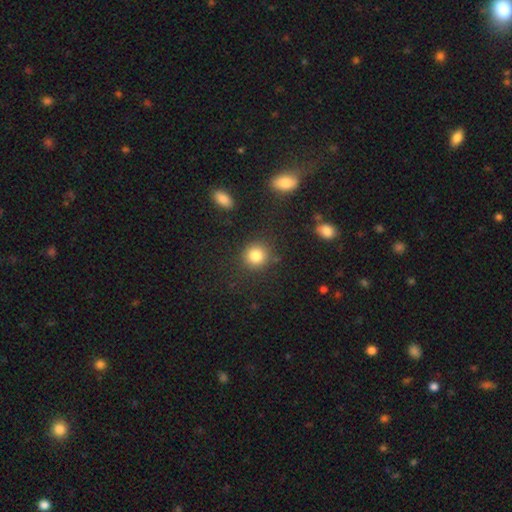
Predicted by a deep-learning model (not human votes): Smooth or featured: smooth — 84% (star or artifact — 10%)
How rounded: round — 88% (in between — 10%)
Merging: none — 85% (minor disturbance — 9%)